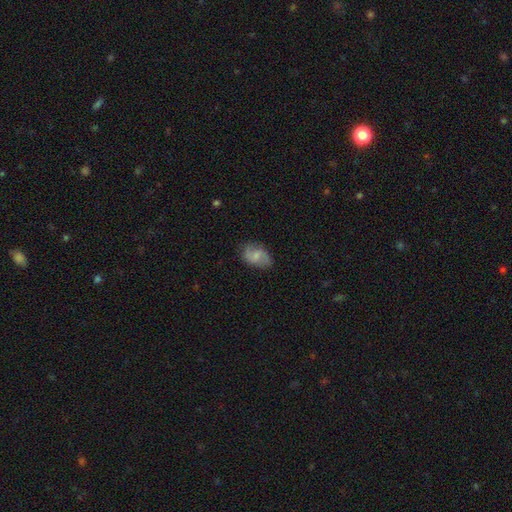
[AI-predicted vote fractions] Smooth or featured? featured or disk (50%)
Edge-on disk? no (97%)
Merging? none (73%)